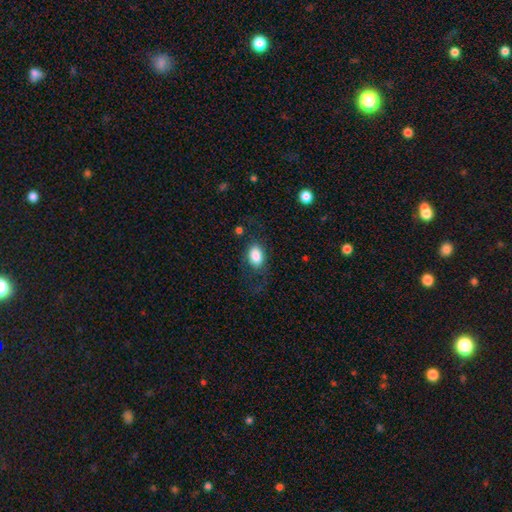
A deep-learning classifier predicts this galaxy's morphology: Smooth or featured?
  - smooth: 84% *
  - featured or disk: 8%
  - star or artifact: 7%
How rounded?
  - in between: 83% *
  - round: 15%
  - cigar-shaped: 1%
Merging?
  - none: 69% *
  - minor disturbance: 17%
  - major disturbance: 12%
  - merger: 2%